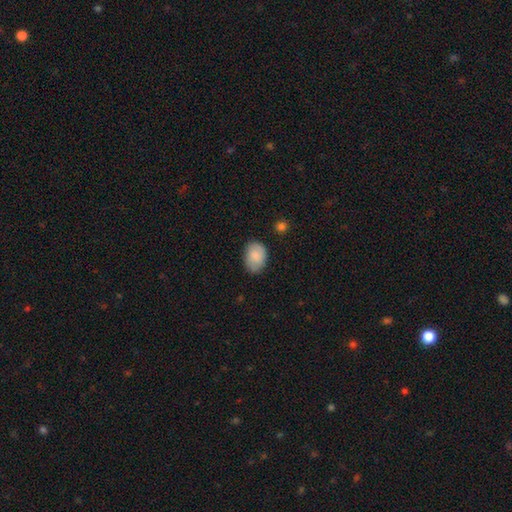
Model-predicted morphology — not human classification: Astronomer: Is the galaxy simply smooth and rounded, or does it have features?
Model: smooth — 83%.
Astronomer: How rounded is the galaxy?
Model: in between — 75%.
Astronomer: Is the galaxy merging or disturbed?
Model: none — 77%.